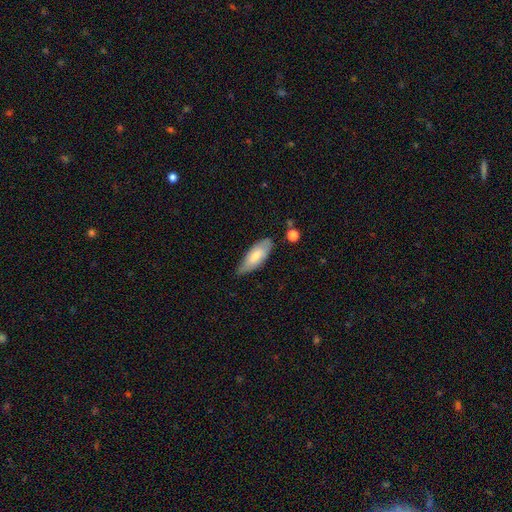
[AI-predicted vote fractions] A smooth galaxy with no disk features (66%) that is in between round and cigar-shaped (76%). Merging: none (65%).